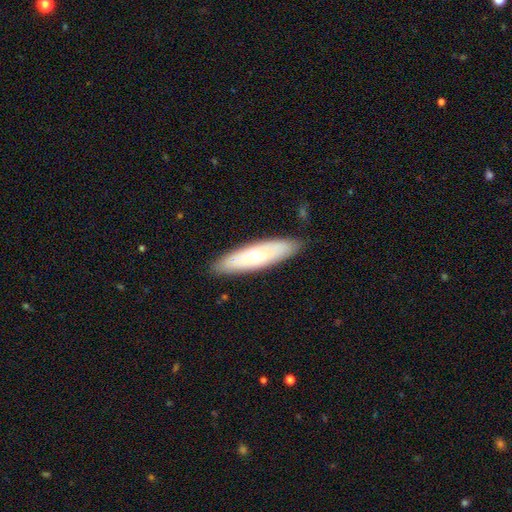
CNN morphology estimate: Q: Smooth or featured?
A: smooth (56%); runner-up: featured or disk (39%)
Q: How rounded?
A: cigar-shaped (66%); runner-up: in between (33%)
Q: Merging?
A: none (87%); runner-up: minor disturbance (10%)